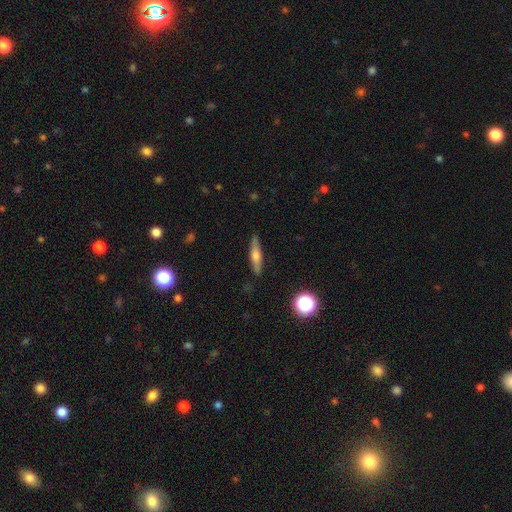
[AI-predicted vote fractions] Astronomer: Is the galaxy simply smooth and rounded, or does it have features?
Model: smooth — 47% (runner-up: featured or disk, 46%).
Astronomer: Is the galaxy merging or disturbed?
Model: none — 87%.